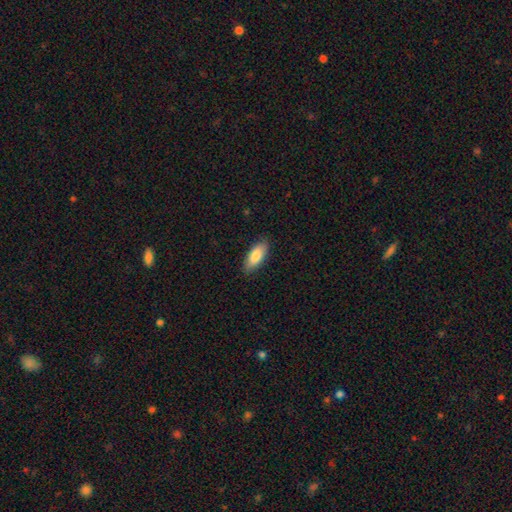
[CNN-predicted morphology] smooth-or-featured: smooth: 83% | featured or disk: 11% | star or artifact: 6%
  how-rounded: in between: 80% | cigar-shaped: 18% | round: 2%
  merging: none: 86% | minor disturbance: 11% | major disturbance: 2% | merger: 1%